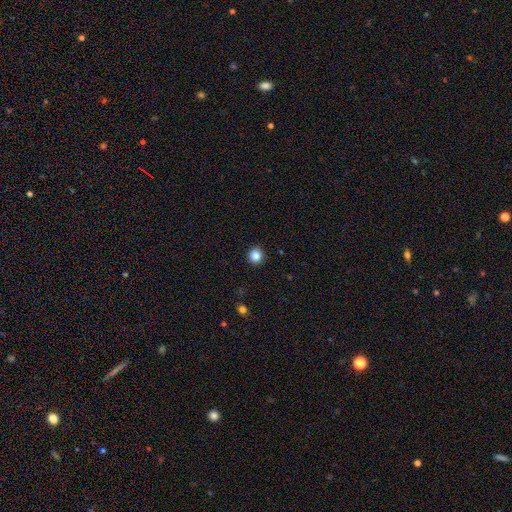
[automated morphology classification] This appears to be a smooth galaxy with no disk features (85%) that is round (90%). Merging: none (93%).